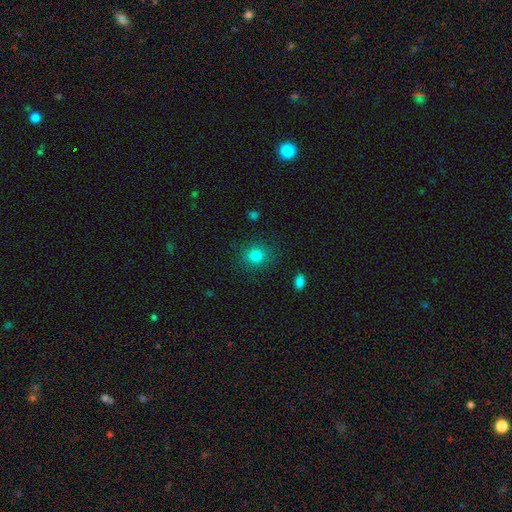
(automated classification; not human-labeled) Q: Smooth or featured?
A: smooth (82%); runner-up: star or artifact (12%)
Q: How rounded?
A: round (86%); runner-up: in between (13%)
Q: Merging?
A: none (88%); runner-up: minor disturbance (8%)